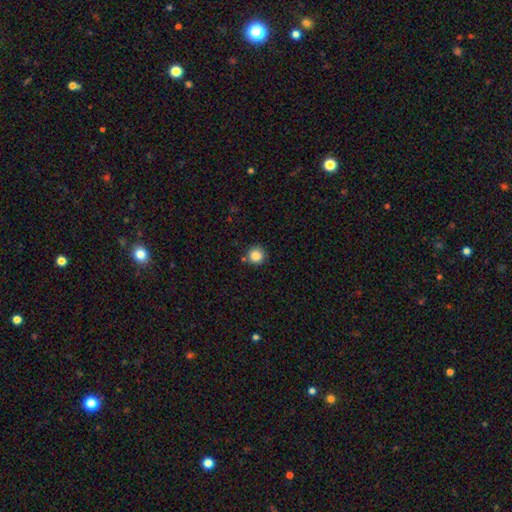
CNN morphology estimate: A smooth galaxy with no disk features (86%) that is round (95%). Merging: none (85%).